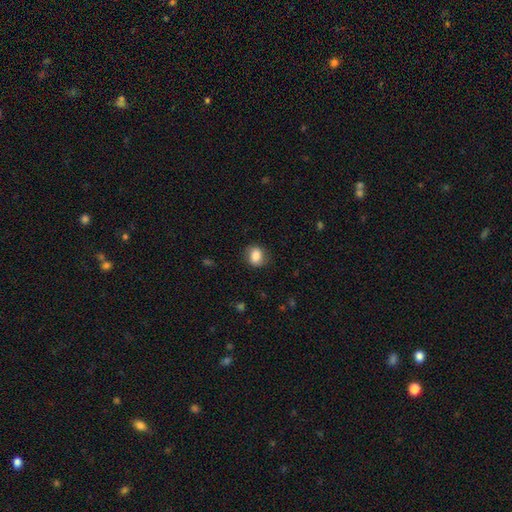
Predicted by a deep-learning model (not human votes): smooth-or-featured: smooth: 83% | featured or disk: 9% | star or artifact: 9%
  how-rounded: round: 52% | in between: 47% | cigar-shaped: 1%
  merging: none: 79% | minor disturbance: 15% | major disturbance: 5% | merger: 1%